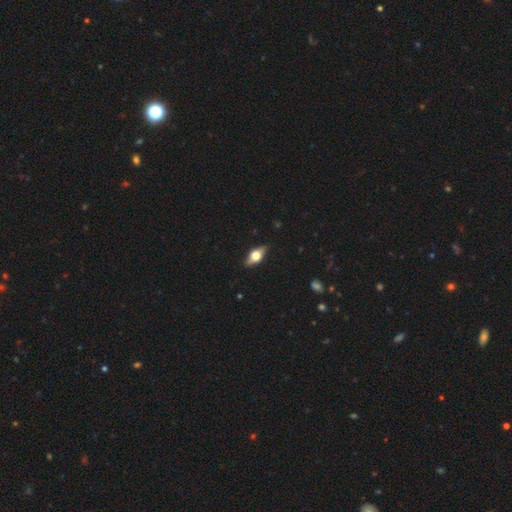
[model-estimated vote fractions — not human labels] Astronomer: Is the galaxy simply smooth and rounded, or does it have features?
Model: featured or disk — 51% (runner-up: smooth, 41%).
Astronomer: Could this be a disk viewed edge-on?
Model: yes — 89%.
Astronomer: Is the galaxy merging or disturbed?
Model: none — 86%.